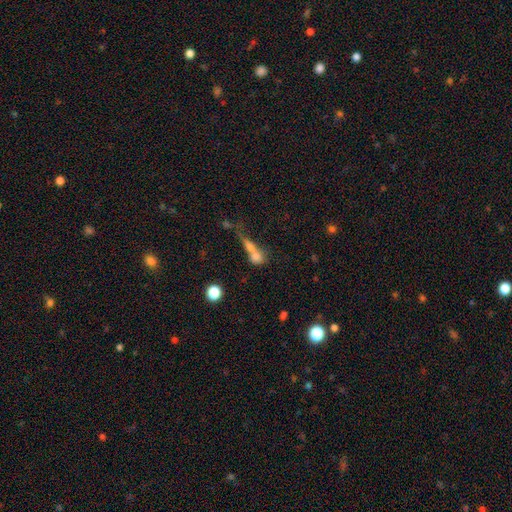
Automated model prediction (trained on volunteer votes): This appears to be a smooth galaxy with no disk features (69%) that is round (43%). Merging: merger (60%).